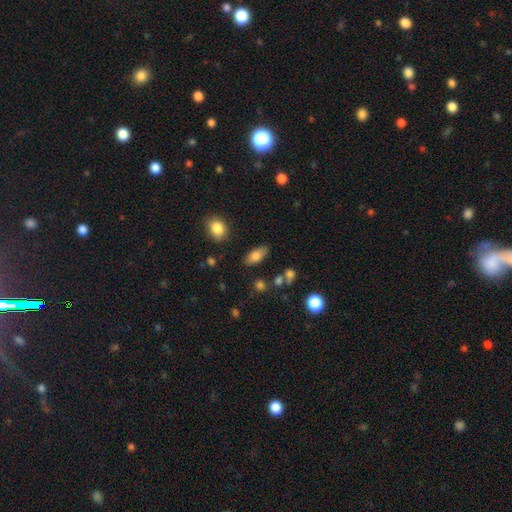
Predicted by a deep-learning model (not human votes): A smooth galaxy with no disk features (80%) that is in between round and cigar-shaped (87%). Merging: none (80%).